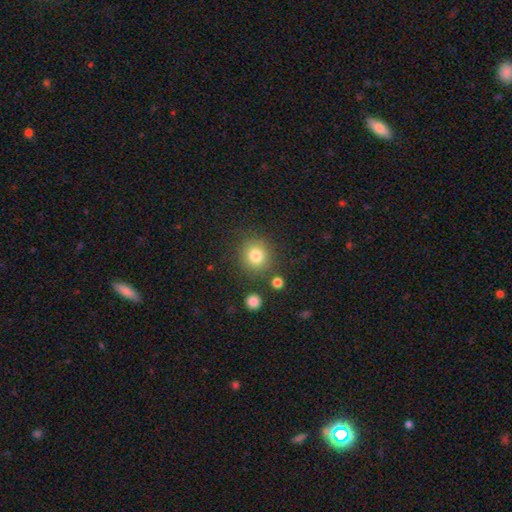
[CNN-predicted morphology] A smooth galaxy with no disk features (81%) that is round (88%).

Vote fractions:
- Smooth or featured? smooth: 81% / star or artifact: 12% / featured or disk: 8%
- How rounded? round: 88% / in between: 11% / cigar-shaped: 1%
- Merging? none: 83% / minor disturbance: 9% / merger: 5% / major disturbance: 4%